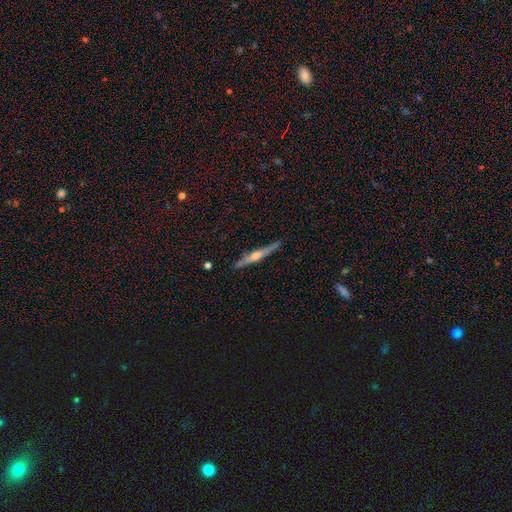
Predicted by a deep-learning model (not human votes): A featured or disk galaxy (70%) viewed edge-on (97%) with a rounded central bulge (82%).

Vote fractions:
- Smooth or featured? featured or disk: 70% / smooth: 24% / star or artifact: 6%
- Edge-on disk? yes: 97% / no: 3%
- Edge-on bulge? rounded: 82% / none: 10% / boxy: 8%
- Merging? none: 84% / minor disturbance: 12% / major disturbance: 2% / merger: 2%